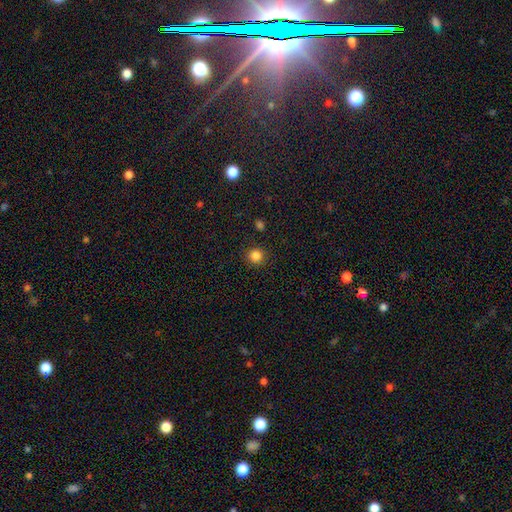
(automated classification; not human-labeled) smooth 85%, star or artifact 12%, featured or disk 3%. Down the decision tree: how rounded — round (93%); merging — none (91%).